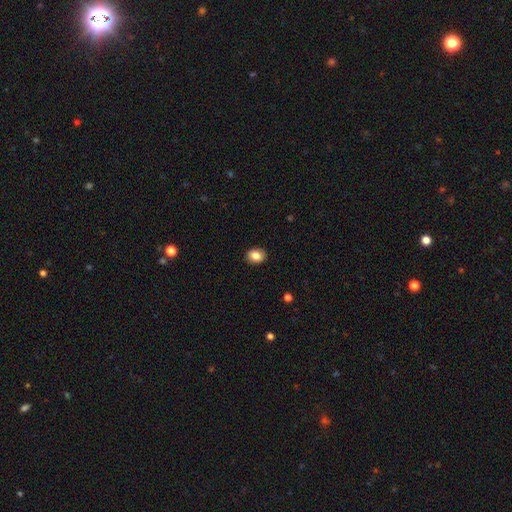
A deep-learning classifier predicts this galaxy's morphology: Smooth or featured?
  - smooth: 84% *
  - star or artifact: 9%
  - featured or disk: 7%
How rounded?
  - in between: 55% *
  - round: 44%
  - cigar-shaped: 1%
Merging?
  - none: 90% *
  - minor disturbance: 7%
  - major disturbance: 2%
  - merger: 1%